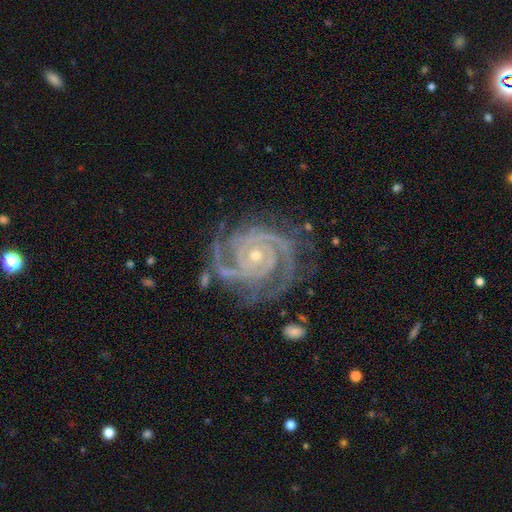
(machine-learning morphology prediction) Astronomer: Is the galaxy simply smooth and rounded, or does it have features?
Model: featured or disk — 93%.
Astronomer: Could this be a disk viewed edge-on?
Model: no — 98%.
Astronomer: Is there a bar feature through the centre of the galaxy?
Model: no — 72%.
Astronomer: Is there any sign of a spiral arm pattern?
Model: yes — 99%.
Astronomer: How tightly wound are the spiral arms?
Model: tight — 79%.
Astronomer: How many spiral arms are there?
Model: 2 — 42% (runner-up: 3, 31%).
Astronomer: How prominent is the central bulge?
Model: small — 68%.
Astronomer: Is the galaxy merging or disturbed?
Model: none — 71%.